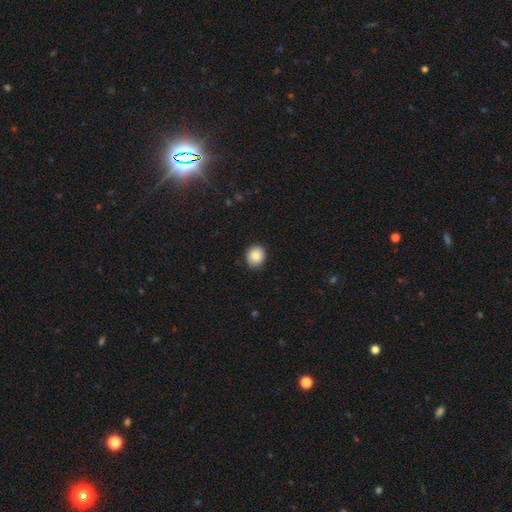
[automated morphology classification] The model was most divided on "how rounded": round: 76%, in between: 23%, cigar-shaped: 1%. More confident: merging — none (88%); smooth or featured — smooth (86%).